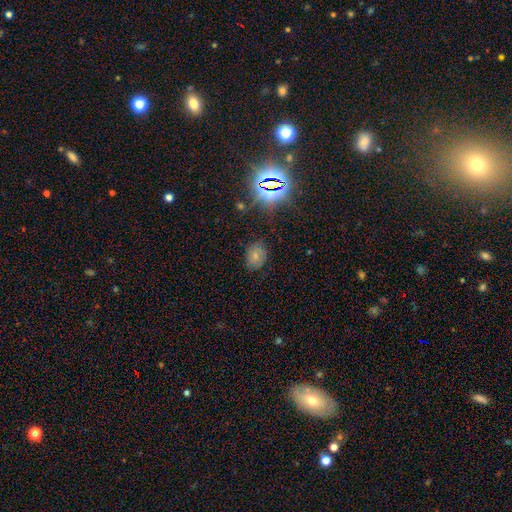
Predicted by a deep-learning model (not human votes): This is likely a smooth galaxy (66%). How rounded: possibly in between (60%). Merging: likely none (78%).